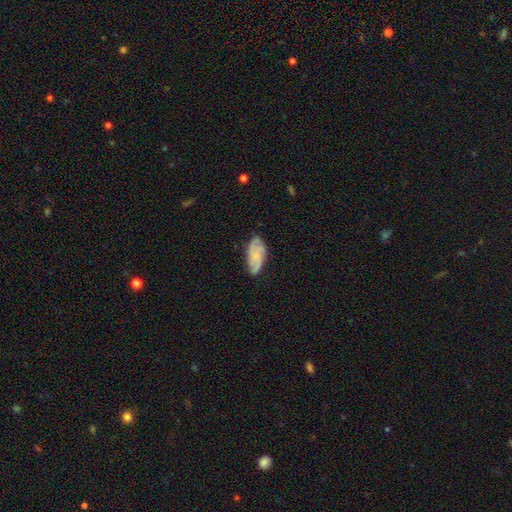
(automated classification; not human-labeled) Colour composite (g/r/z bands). It shows a featured or disk galaxy (61%) with no bar (70%), 3 (37%) medium (43%) spiral arms (91%) and a small central bulge (44%). Merging: none (70%).